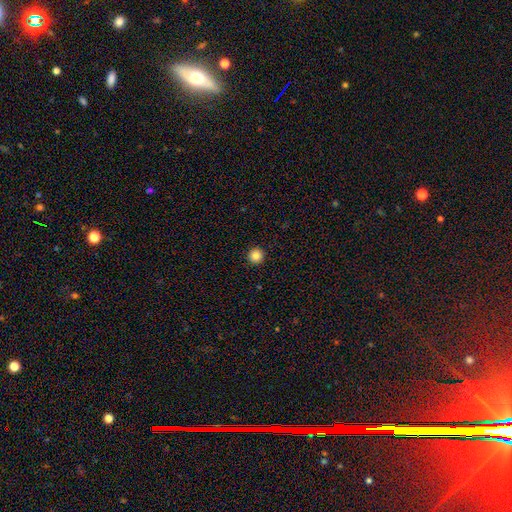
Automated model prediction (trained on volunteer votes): smooth-or-featured: smooth: 85% | star or artifact: 11% | featured or disk: 4%
  how-rounded: round: 96% | in between: 3% | cigar-shaped: 1%
  merging: none: 94% | minor disturbance: 4% | major disturbance: 1% | merger: 1%